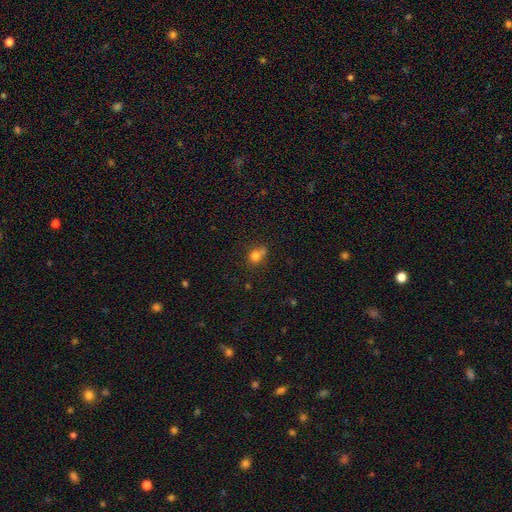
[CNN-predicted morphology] Smooth or featured? smooth (77%)
How rounded? round (77%)
Merging? none (48%)